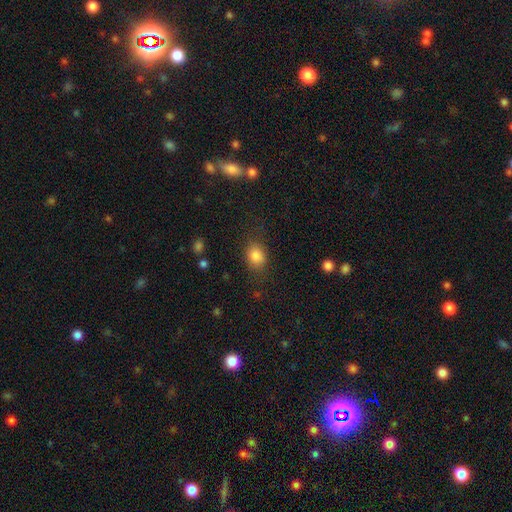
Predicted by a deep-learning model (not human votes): A smooth galaxy with no disk features (84%) that is in between round and cigar-shaped (53%). Merging: none (74%).